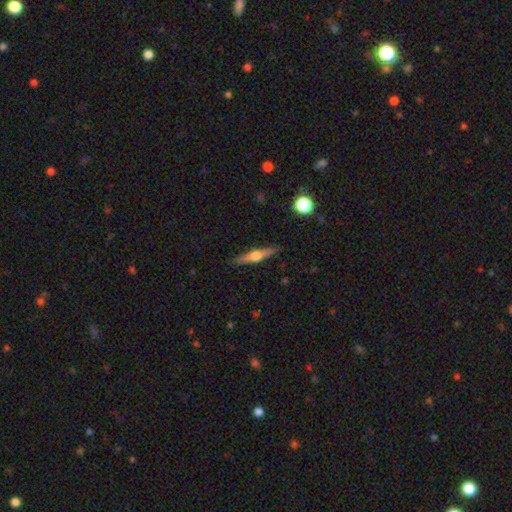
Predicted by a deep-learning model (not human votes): Q: Smooth or featured?
A: featured or disk (68%); runner-up: smooth (25%)
Q: Edge-on disk?
A: yes (97%); runner-up: no (3%)
Q: Edge-on bulge?
A: rounded (93%); runner-up: boxy (5%)
Q: Merging?
A: none (89%); runner-up: minor disturbance (8%)